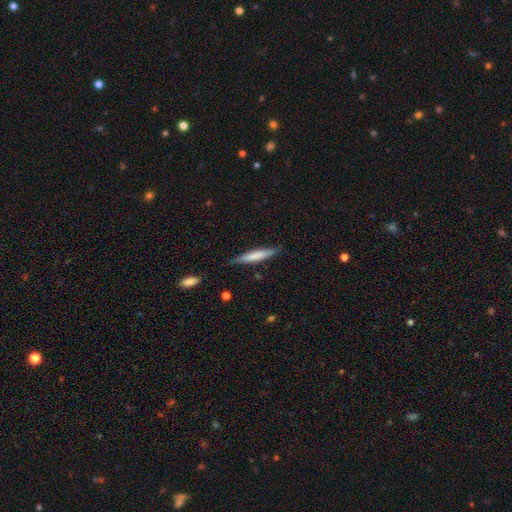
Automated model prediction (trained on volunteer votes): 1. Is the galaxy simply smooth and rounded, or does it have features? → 67% smooth, 28% featured or disk, 6% star or artifact.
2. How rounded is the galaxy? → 91% cigar-shaped, 7% in between, 1% round.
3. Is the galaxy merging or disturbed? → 85% none, 12% minor disturbance, 2% major disturbance, 1% merger.